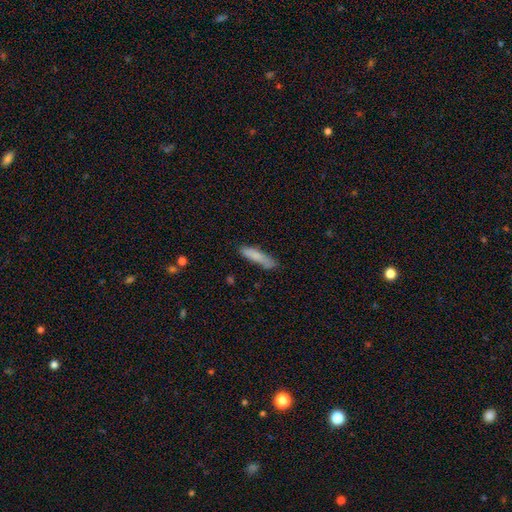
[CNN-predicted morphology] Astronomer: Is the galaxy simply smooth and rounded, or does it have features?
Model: smooth — 81%.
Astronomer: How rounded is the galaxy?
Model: cigar-shaped — 82%.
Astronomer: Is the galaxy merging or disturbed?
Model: none — 71%.